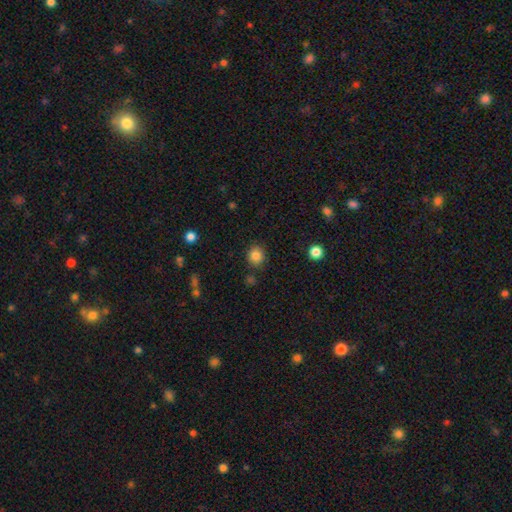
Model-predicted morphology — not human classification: smooth_or_featured: smooth (p=0.84) [alt: star or artifact p=0.11]
how_rounded: round (p=0.80) [alt: in between p=0.19]
merging: none (p=0.85) [alt: minor disturbance p=0.09]